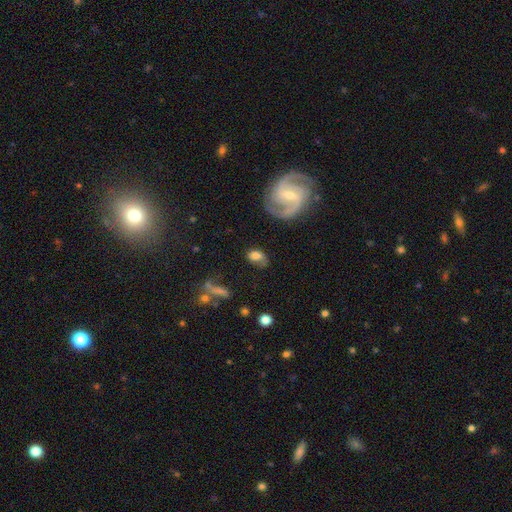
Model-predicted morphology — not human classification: This is possibly a smooth galaxy (60%). How rounded: likely in between (80%). Merging: possibly none (53%).